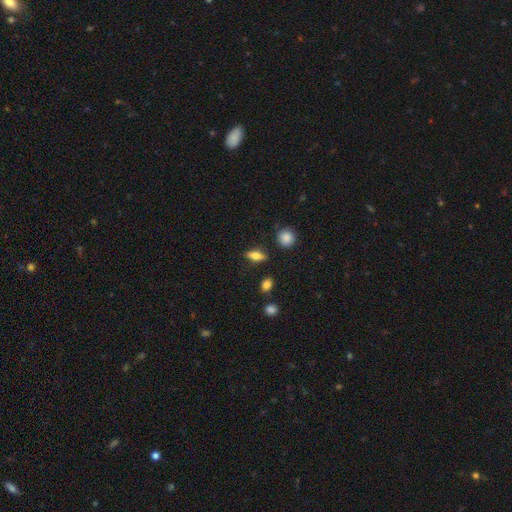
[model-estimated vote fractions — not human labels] smooth 56%, featured or disk 34%, star or artifact 10%. Down the decision tree: how rounded — in between (60%); merging — none (83%).